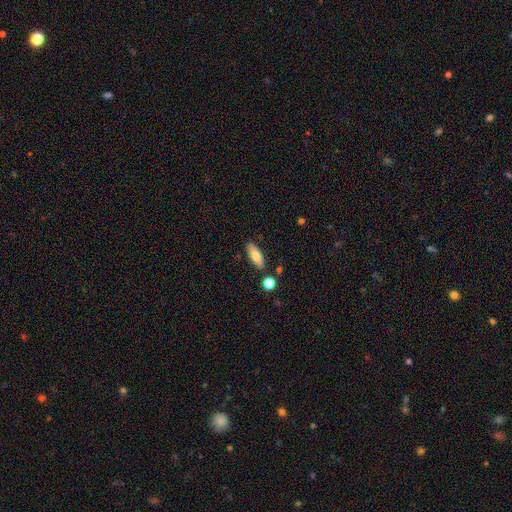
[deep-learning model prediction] The model was most divided on "how rounded": in between: 65%, cigar-shaped: 32%, round: 3%. More confident: merging — none (83%); smooth or featured — smooth (75%).